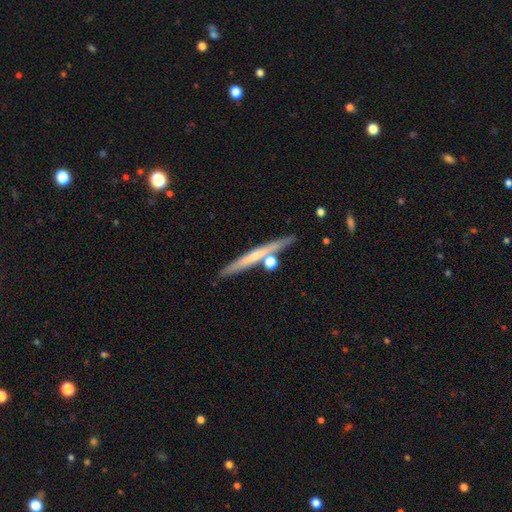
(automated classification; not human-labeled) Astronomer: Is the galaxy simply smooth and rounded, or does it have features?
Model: featured or disk — 50% (runner-up: smooth, 43%).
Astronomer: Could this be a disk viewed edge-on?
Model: yes — 94%.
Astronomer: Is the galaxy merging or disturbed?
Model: none — 79%.